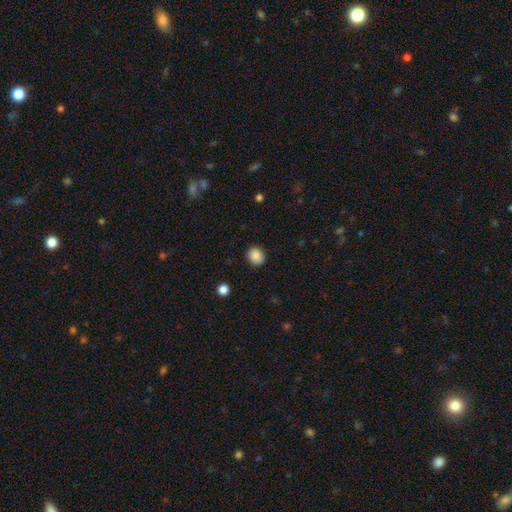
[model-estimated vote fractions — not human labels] Smooth or featured? Predicted: smooth (p=0.88). How rounded? Predicted: round (p=0.80). Merging? Predicted: none (p=0.90).